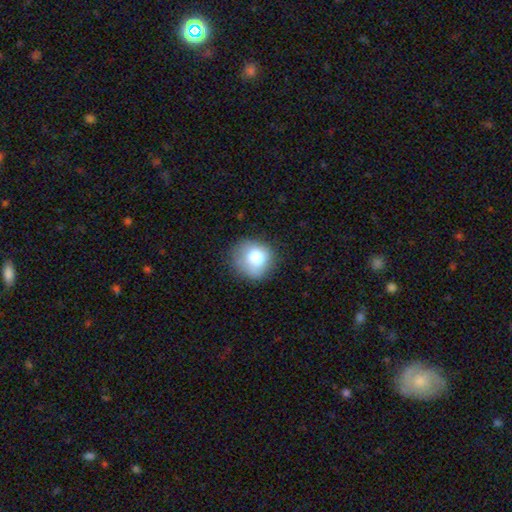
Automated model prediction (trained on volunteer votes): smooth_or_featured: smooth (p=0.76) [alt: featured or disk p=0.13]
how_rounded: round (p=0.84) [alt: in between p=0.15]
merging: none (p=0.69) [alt: minor disturbance p=0.21]